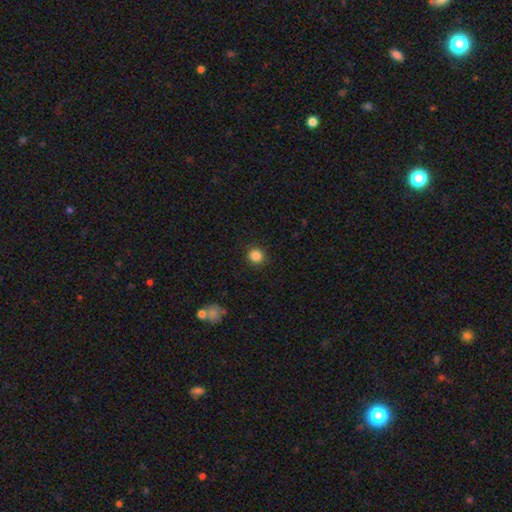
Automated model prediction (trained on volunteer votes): The model was most divided on "smooth or featured": smooth: 85%, star or artifact: 11%, featured or disk: 4%. More confident: how rounded — round (92%); merging — none (89%).